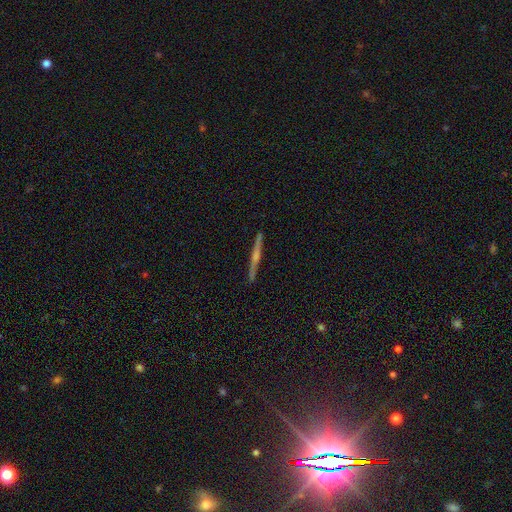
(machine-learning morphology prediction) Smooth or featured: featured or disk — 48% (star or artifact — 30%)
Merging: none — 84% (minor disturbance — 9%)